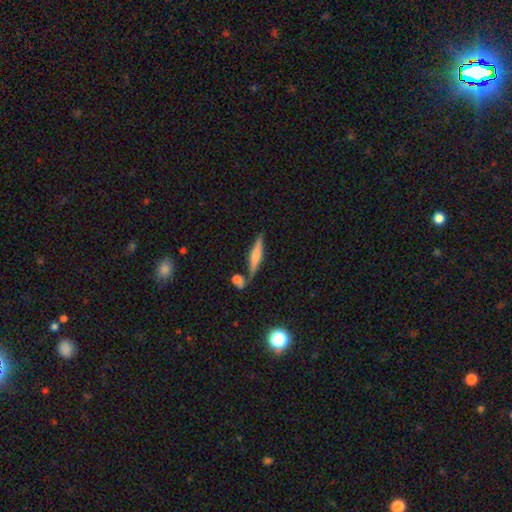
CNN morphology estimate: A featured or disk galaxy (49%). Merging: none (75%).